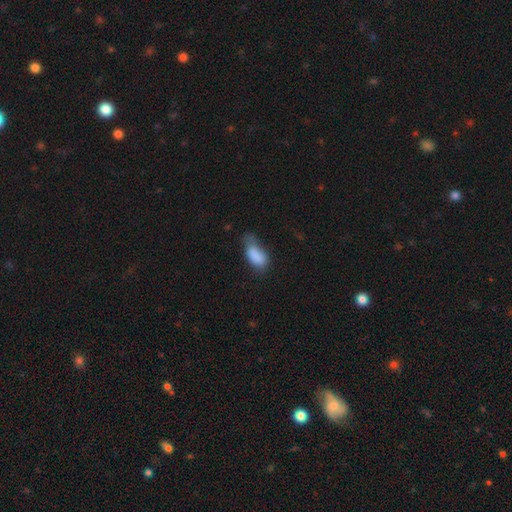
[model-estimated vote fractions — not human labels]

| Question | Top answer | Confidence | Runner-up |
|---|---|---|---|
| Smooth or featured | smooth | 81% | featured or disk (11%) |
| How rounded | in between | 90% | cigar-shaped (6%) |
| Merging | minor disturbance | 39% | none (31%) |